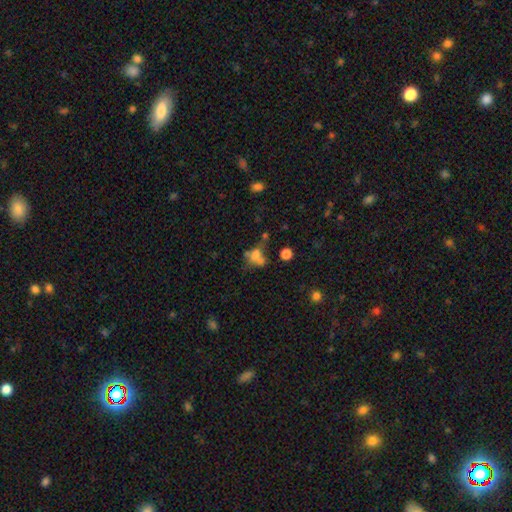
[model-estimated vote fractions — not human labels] smooth 58%, featured or disk 24%, star or artifact 18%. Down the decision tree: how rounded — in between (53%); merging — merger (43%).